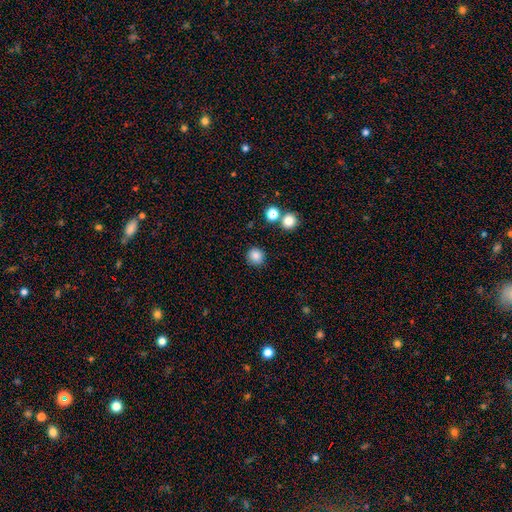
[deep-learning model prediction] smooth 84%, star or artifact 11%, featured or disk 5%. Down the decision tree: how rounded — round (93%); merging — none (86%).